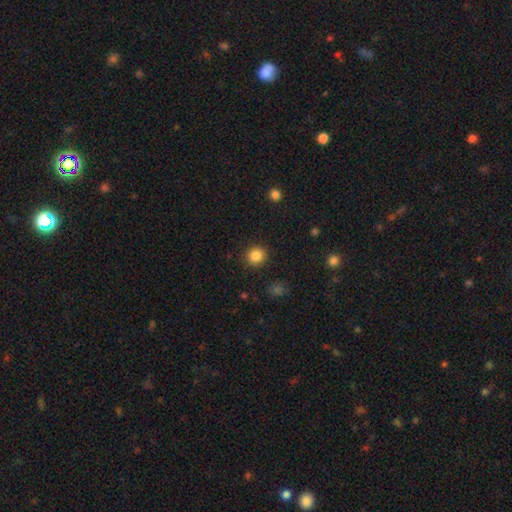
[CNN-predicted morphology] Overall: smooth (85%). How rounded: round (90%). Merging: none (91%).